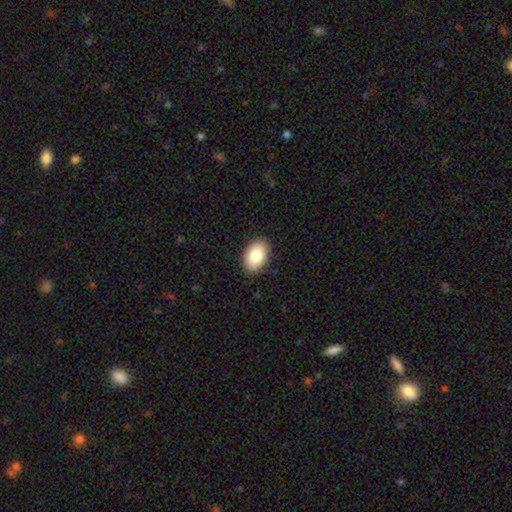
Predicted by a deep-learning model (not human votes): This appears to be a smooth galaxy with no disk features (85%) that is in between round and cigar-shaped (90%). Merging: none (89%).